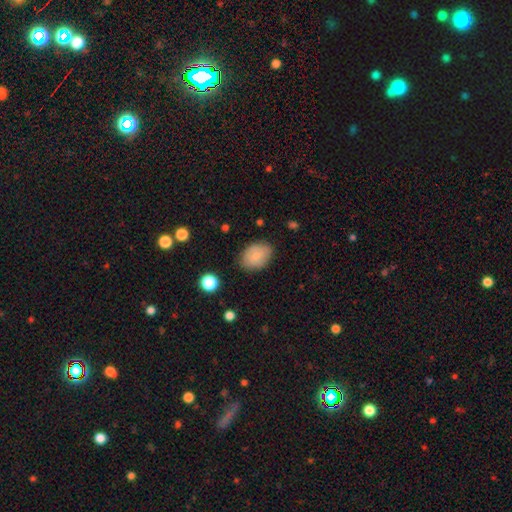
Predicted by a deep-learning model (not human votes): smooth-or-featured: smooth: 77% | featured or disk: 15% | star or artifact: 8%
  how-rounded: in between: 78% | round: 21% | cigar-shaped: 1%
  merging: none: 78% | minor disturbance: 17% | major disturbance: 4% | merger: 2%